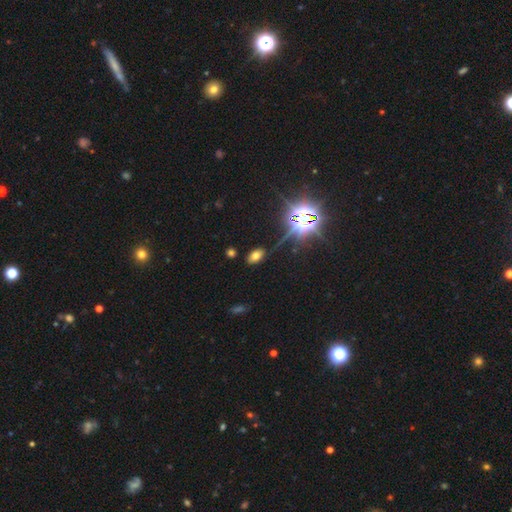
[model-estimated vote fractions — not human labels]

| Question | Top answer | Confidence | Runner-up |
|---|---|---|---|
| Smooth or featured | smooth | 62% | star or artifact (28%) |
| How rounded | in between | 91% | round (7%) |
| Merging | none | 81% | minor disturbance (12%) |